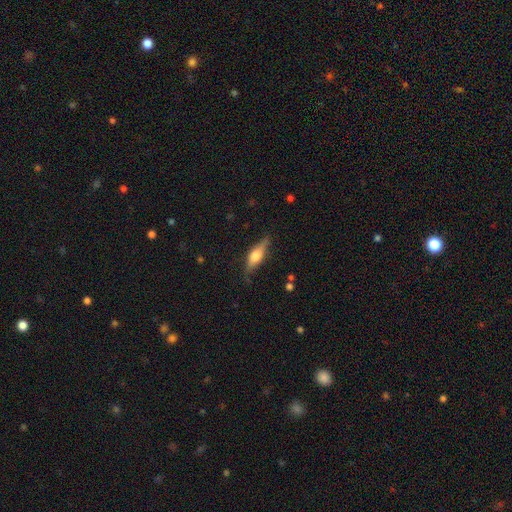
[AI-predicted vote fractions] Smooth or featured: featured or disk — 47% (smooth — 46%)
Merging: none — 77% (minor disturbance — 17%)